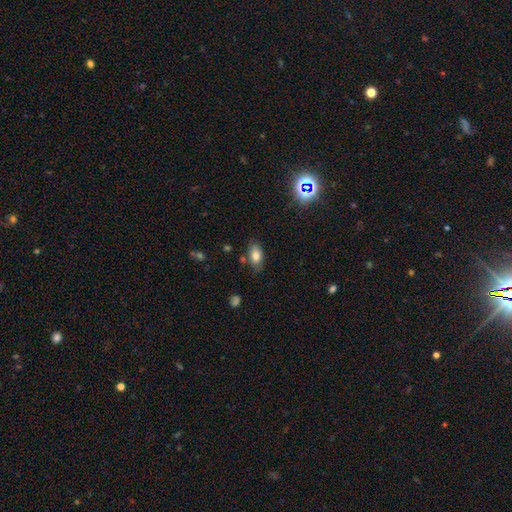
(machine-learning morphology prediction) smooth-or-featured: smooth: 79% | featured or disk: 12% | star or artifact: 9%
  how-rounded: in between: 90% | round: 5% | cigar-shaped: 5%
  merging: none: 76% | minor disturbance: 17% | merger: 4% | major disturbance: 4%